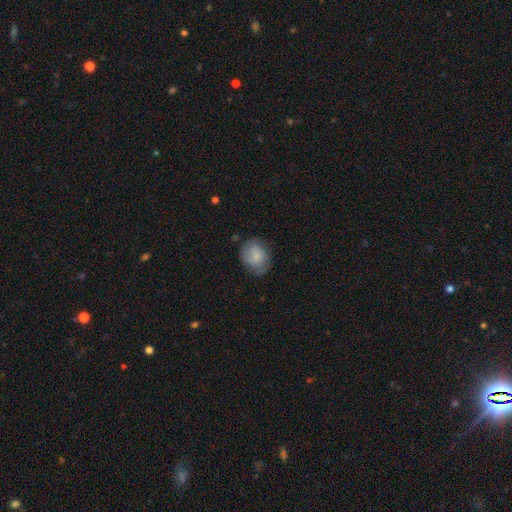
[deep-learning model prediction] Morphology: type=smooth (75%); roundness=round (57%); merging=none (68%).